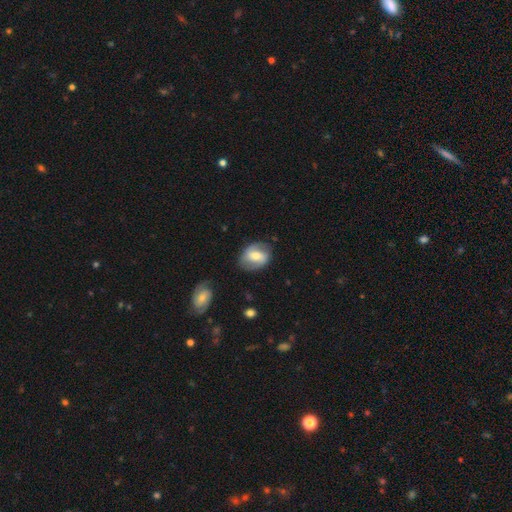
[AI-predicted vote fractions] This appears to be a featured or disk galaxy (60%) with a weak bar (40%), spiral arms (81%) and a moderate central bulge (60%). Merging: none (76%).